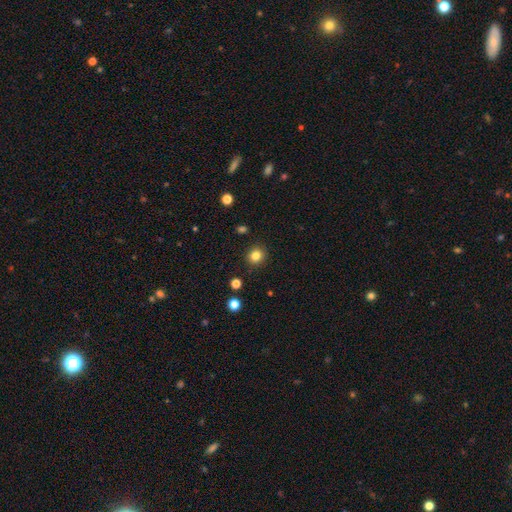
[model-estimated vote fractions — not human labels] smooth 83%, star or artifact 12%, featured or disk 5%. Down the decision tree: how rounded — round (86%); merging — none (90%).